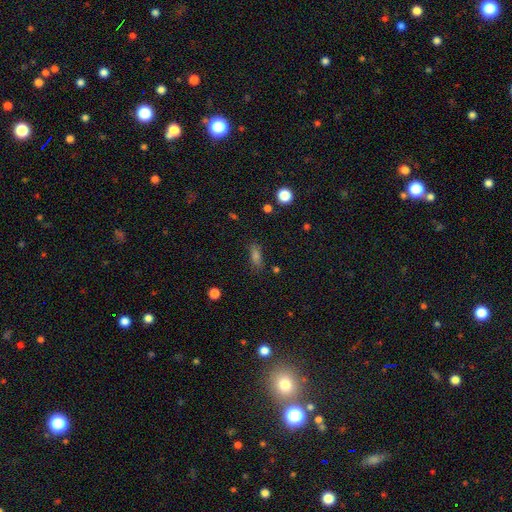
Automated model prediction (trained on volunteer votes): Smooth or featured? Predicted: smooth (p=0.69). How rounded? Predicted: in between (p=0.61). Merging? Predicted: none (p=0.79).